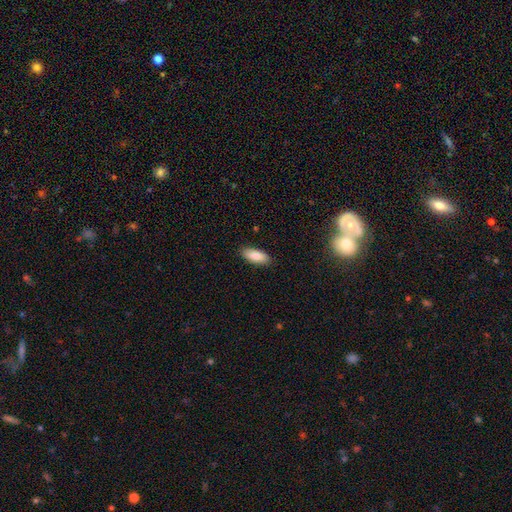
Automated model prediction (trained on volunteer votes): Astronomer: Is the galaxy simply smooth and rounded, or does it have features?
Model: smooth — 87%.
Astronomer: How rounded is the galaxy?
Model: in between — 81%.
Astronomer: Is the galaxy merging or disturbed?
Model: none — 88%.